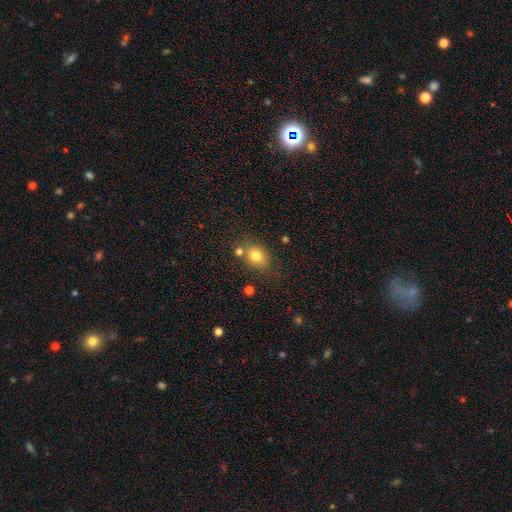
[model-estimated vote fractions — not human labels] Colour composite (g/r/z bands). It shows a smooth galaxy with no disk features (80%) that is in between round and cigar-shaped (64%). Merging: none (64%).